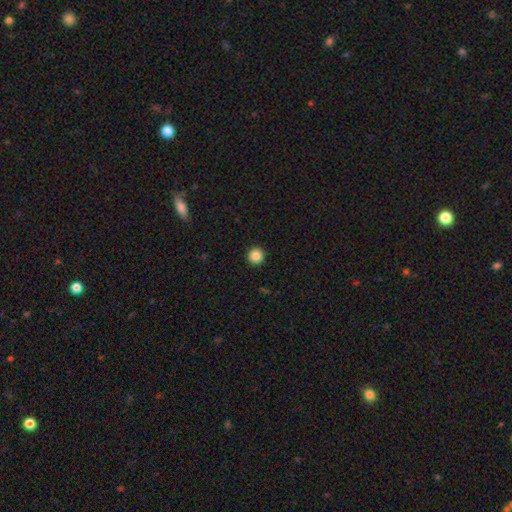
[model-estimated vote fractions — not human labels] Smooth or featured? smooth (87%)
How rounded? round (96%)
Merging? none (94%)